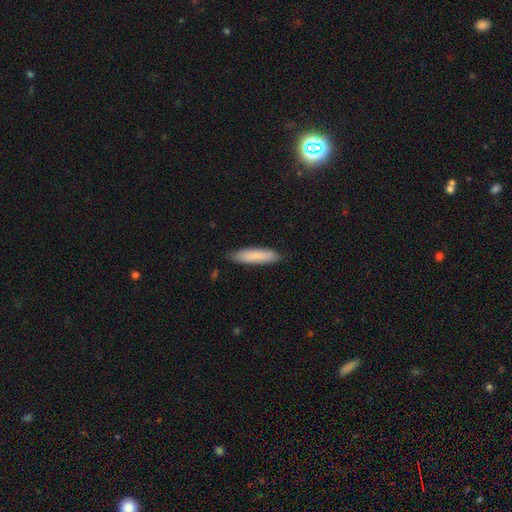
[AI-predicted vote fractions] Q: Smooth or featured?
A: smooth (85%); runner-up: featured or disk (9%)
Q: How rounded?
A: cigar-shaped (74%); runner-up: in between (25%)
Q: Merging?
A: none (85%); runner-up: minor disturbance (12%)